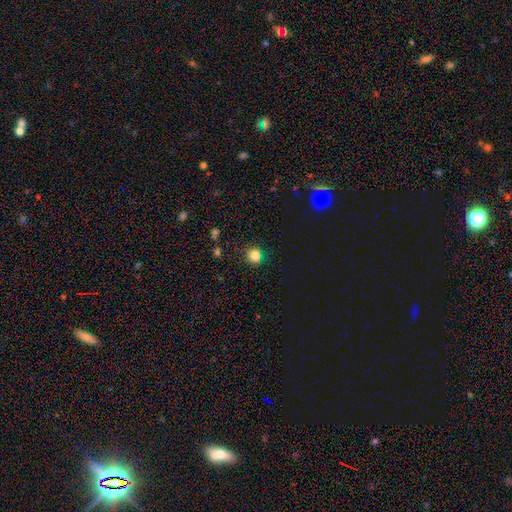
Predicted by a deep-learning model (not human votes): smooth-or-featured: smooth: 79% | star or artifact: 16% | featured or disk: 5%
  how-rounded: round: 85% | in between: 14% | cigar-shaped: 1%
  merging: none: 83% | minor disturbance: 12% | major disturbance: 3% | merger: 2%